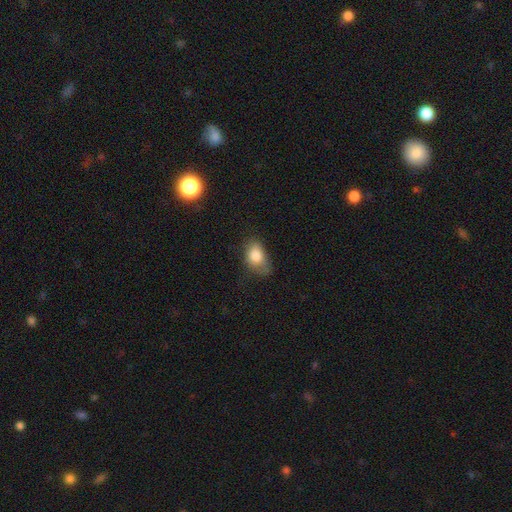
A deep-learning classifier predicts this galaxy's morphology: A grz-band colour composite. It shows a smooth galaxy with no disk features (81%) that is in between round and cigar-shaped (83%). Merging: none (48%).